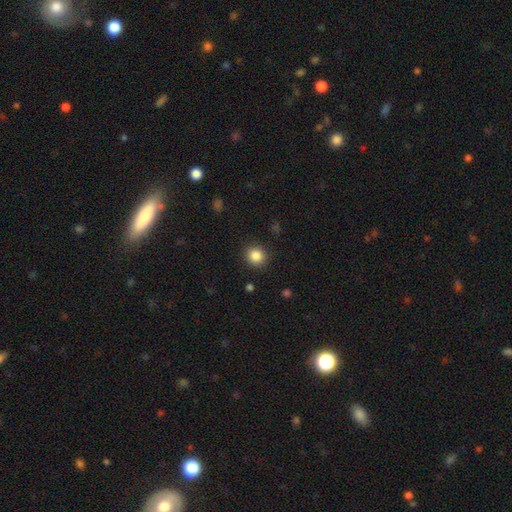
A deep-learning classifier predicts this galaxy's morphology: This appears to be a smooth galaxy with no disk features (85%) that is round (90%). Merging: none (90%).